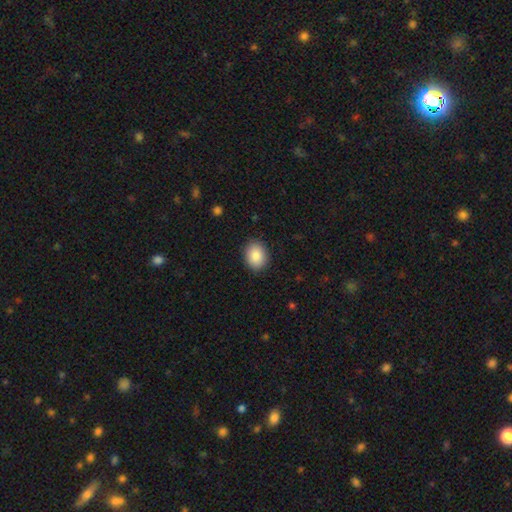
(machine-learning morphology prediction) A smooth galaxy with no disk features (87%) that is in between round and cigar-shaped (59%).

Vote fractions:
- Smooth or featured? smooth: 87% / star or artifact: 7% / featured or disk: 5%
- How rounded? in between: 59% / round: 40% / cigar-shaped: 1%
- Merging? none: 88% / minor disturbance: 9% / major disturbance: 2% / merger: 1%